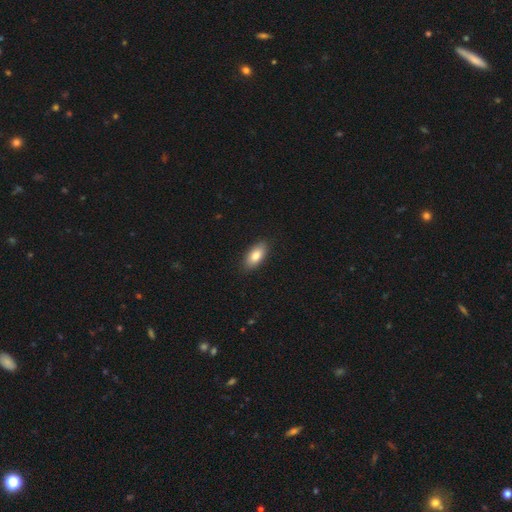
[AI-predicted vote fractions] Smooth or featured: smooth — 82% (featured or disk — 12%)
How rounded: in between — 90% (cigar-shaped — 7%)
Merging: none — 87% (minor disturbance — 10%)